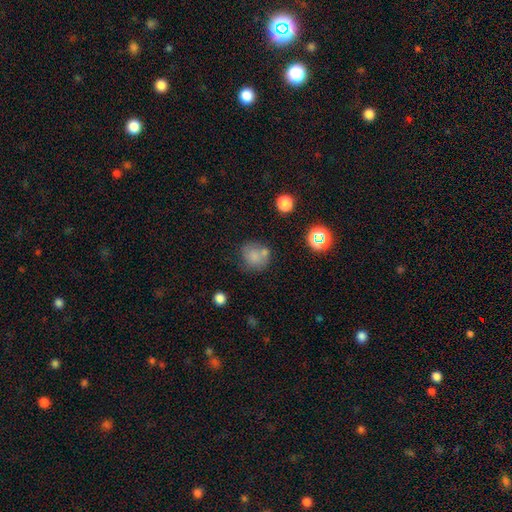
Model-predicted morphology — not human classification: smooth-or-featured: smooth: 73% | featured or disk: 14% | star or artifact: 13%
  how-rounded: round: 81% | in between: 18% | cigar-shaped: 1%
  merging: none: 55% | merger: 20% | minor disturbance: 17% | major disturbance: 8%